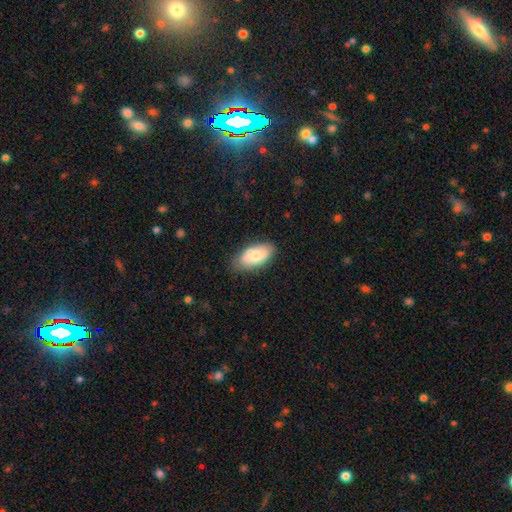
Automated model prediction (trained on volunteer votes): Overall: smooth (76%). How rounded: in between (93%). Merging: none (75%).